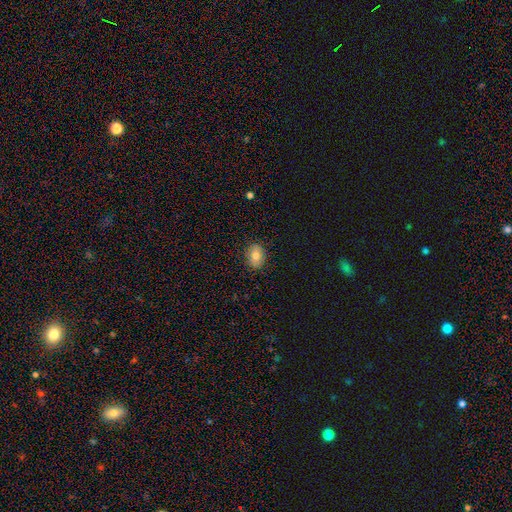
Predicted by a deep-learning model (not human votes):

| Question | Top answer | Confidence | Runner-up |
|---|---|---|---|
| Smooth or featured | smooth | 76% | featured or disk (15%) |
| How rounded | in between | 61% | round (38%) |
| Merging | none | 86% | minor disturbance (10%) |